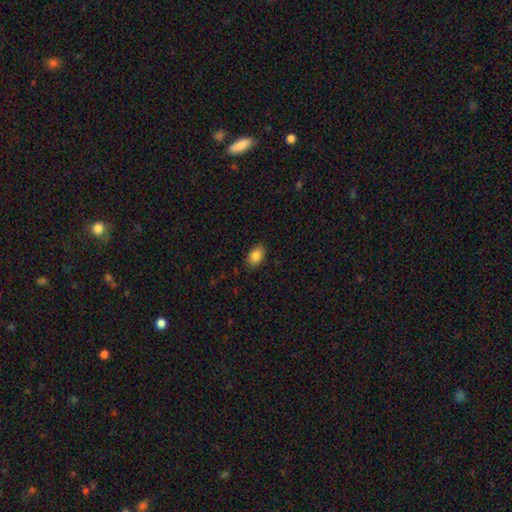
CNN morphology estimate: The model was most divided on "how rounded": in between: 87%, round: 12%, cigar-shaped: 1%. More confident: merging — none (87%); smooth or featured — smooth (85%).